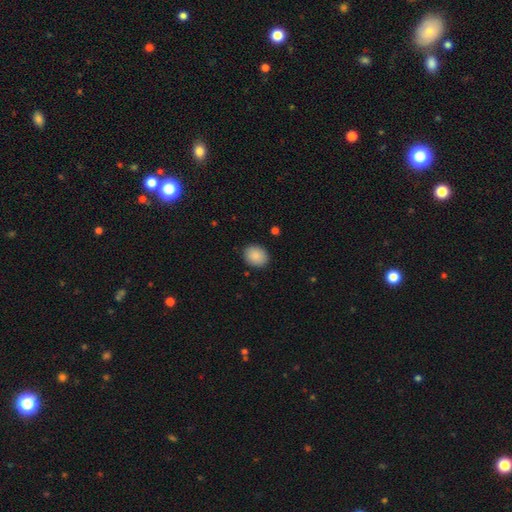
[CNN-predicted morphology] A smooth galaxy with no disk features (89%) that is round (51%). Merging: none (89%).